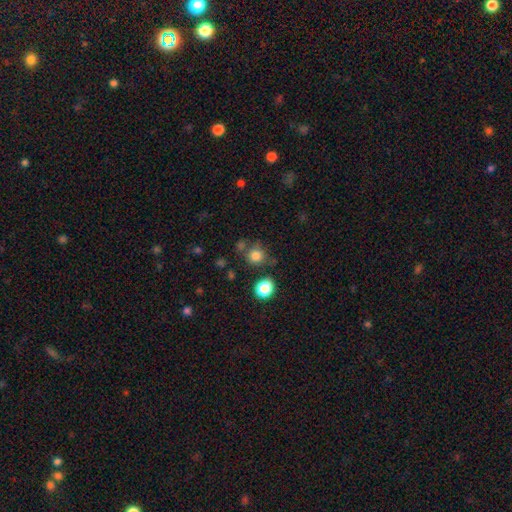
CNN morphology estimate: smooth-or-featured: smooth: 79% | star or artifact: 15% | featured or disk: 6%
  how-rounded: round: 89% | in between: 10% | cigar-shaped: 1%
  merging: none: 71% | minor disturbance: 12% | merger: 11% | major disturbance: 5%